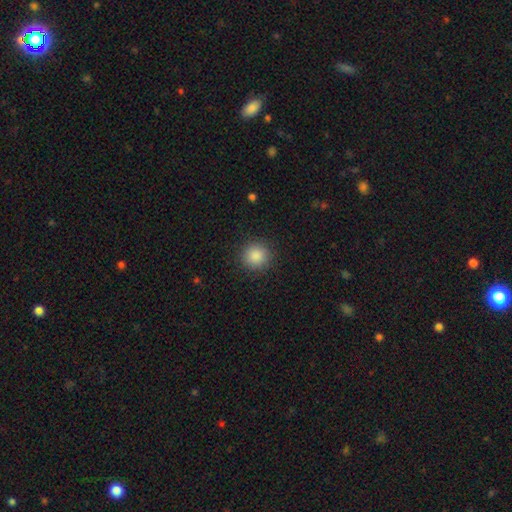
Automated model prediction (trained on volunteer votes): The model was most divided on "smooth or featured": smooth: 87%, star or artifact: 10%, featured or disk: 3%. More confident: how rounded — round (92%); merging — none (90%).